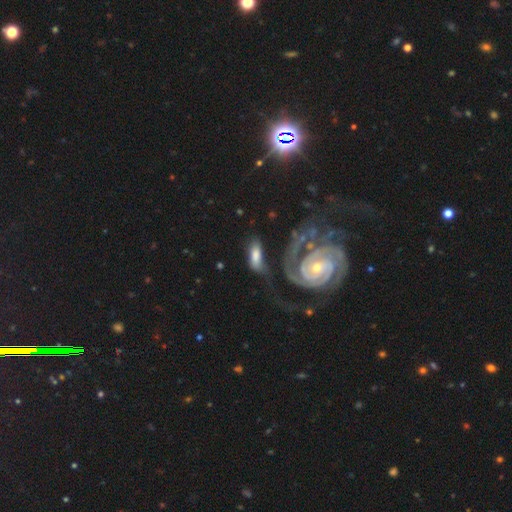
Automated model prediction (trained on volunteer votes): smooth_or_featured: smooth (p=0.49) [alt: featured or disk p=0.44]
merging: none (p=0.44) [alt: minor disturbance p=0.21]